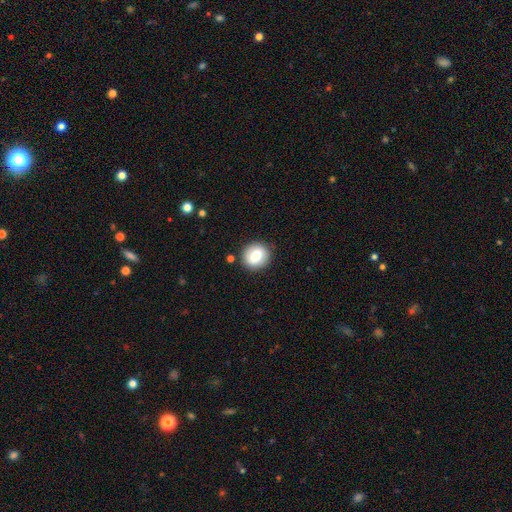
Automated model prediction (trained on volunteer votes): This is likely a smooth galaxy (75%). How rounded: likely round (78%). Merging: clearly none (88%).